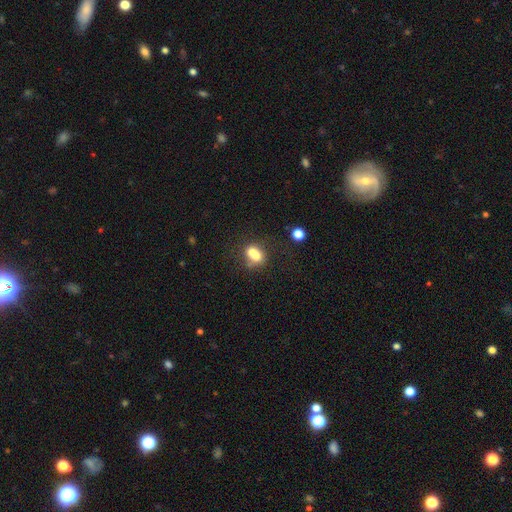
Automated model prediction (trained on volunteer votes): This appears to be a smooth galaxy with no disk features (70%) that is in between round and cigar-shaped (60%). Merging: merger (48%).